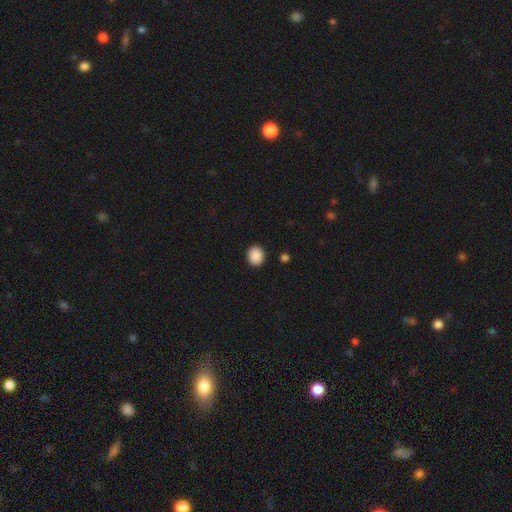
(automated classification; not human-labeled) smooth_or_featured: smooth (p=0.89) [alt: star or artifact p=0.08]
how_rounded: round (p=0.69) [alt: in between p=0.30]
merging: none (p=0.90) [alt: minor disturbance p=0.06]